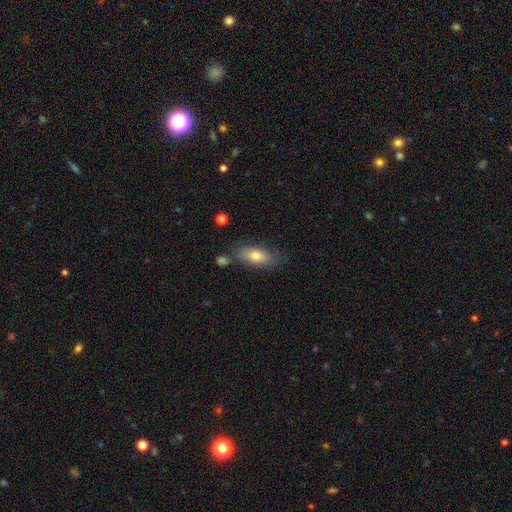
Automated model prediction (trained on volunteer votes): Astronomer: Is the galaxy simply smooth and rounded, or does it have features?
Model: smooth — 74%.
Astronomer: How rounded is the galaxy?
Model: in between — 82%.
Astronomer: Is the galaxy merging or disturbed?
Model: none — 69%.